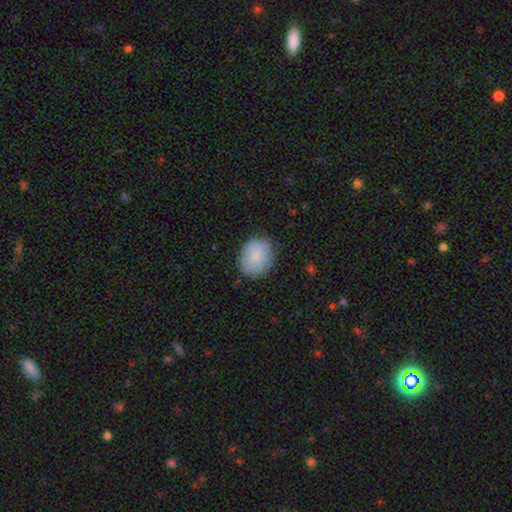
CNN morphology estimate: Smooth or featured? Predicted: smooth (p=0.79). How rounded? Predicted: round (p=0.65). Merging? Predicted: none (p=0.78).